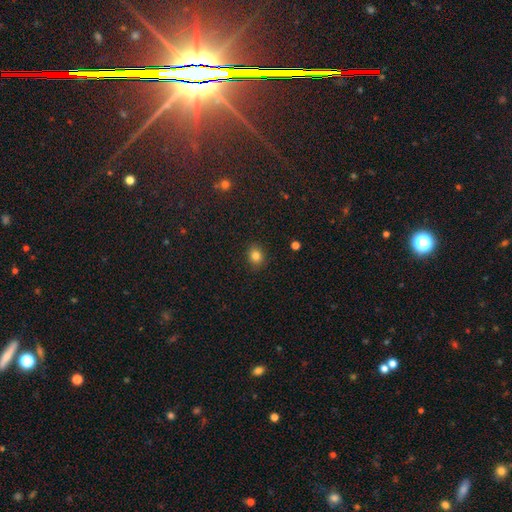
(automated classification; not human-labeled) Smooth or featured? Predicted: smooth (p=0.83). How rounded? Predicted: round (p=0.72). Merging? Predicted: none (p=0.88).